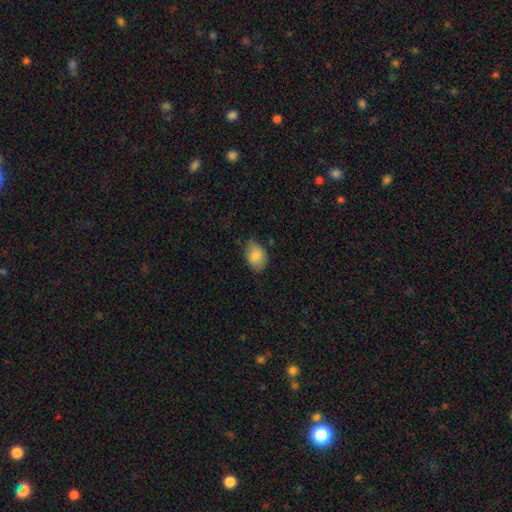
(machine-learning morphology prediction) Q: Smooth or featured?
A: smooth (82%); runner-up: featured or disk (11%)
Q: How rounded?
A: in between (80%); runner-up: round (19%)
Q: Merging?
A: none (67%); runner-up: minor disturbance (27%)